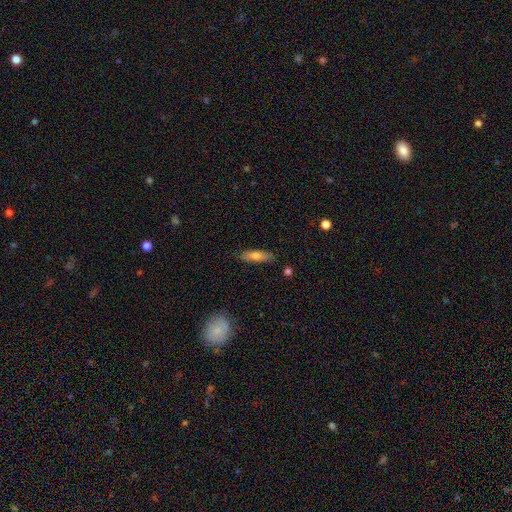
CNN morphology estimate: smooth_or_featured: smooth (p=0.69) [alt: featured or disk p=0.24]
how_rounded: cigar-shaped (p=0.58) [alt: in between p=0.40]
merging: none (p=0.84) [alt: minor disturbance p=0.12]